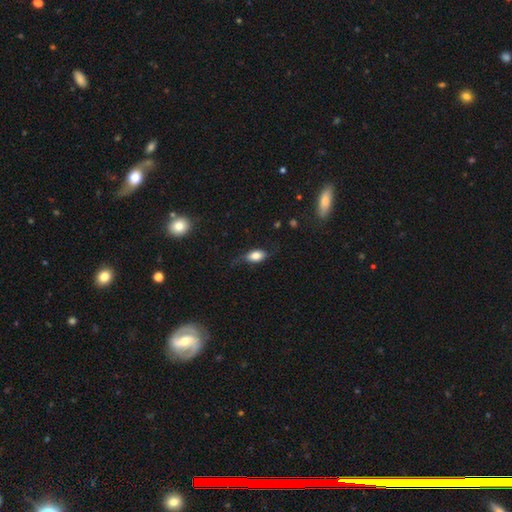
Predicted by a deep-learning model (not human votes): smooth-or-featured: smooth: 74% | featured or disk: 18% | star or artifact: 8%
  how-rounded: in between: 86% | round: 9% | cigar-shaped: 5%
  merging: none: 58% | minor disturbance: 26% | major disturbance: 13% | merger: 2%